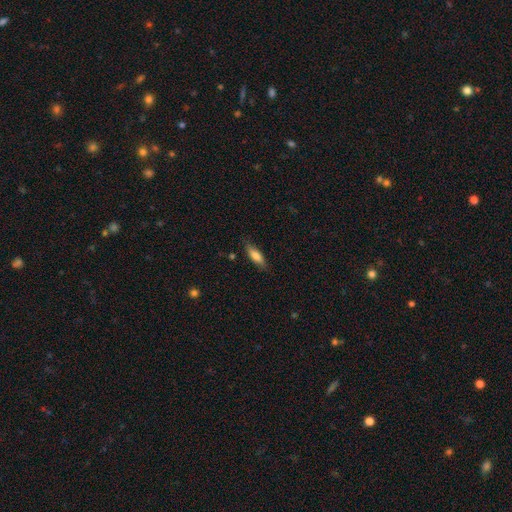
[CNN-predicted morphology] The model was most divided on "how rounded": in between: 54%, cigar-shaped: 44%, round: 2%. More confident: merging — none (81%); smooth or featured — smooth (74%).